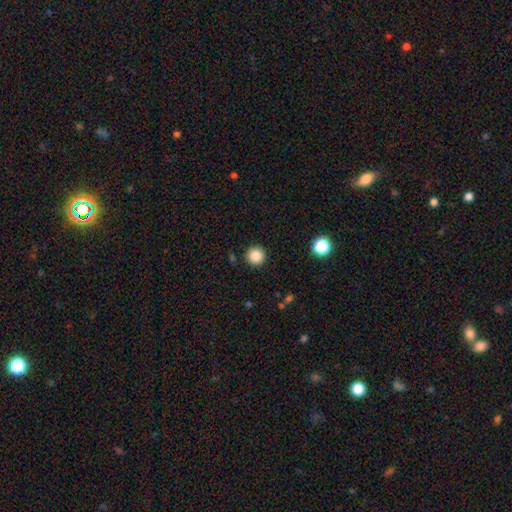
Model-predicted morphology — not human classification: Smooth or featured? smooth (86%)
How rounded? round (96%)
Merging? none (92%)